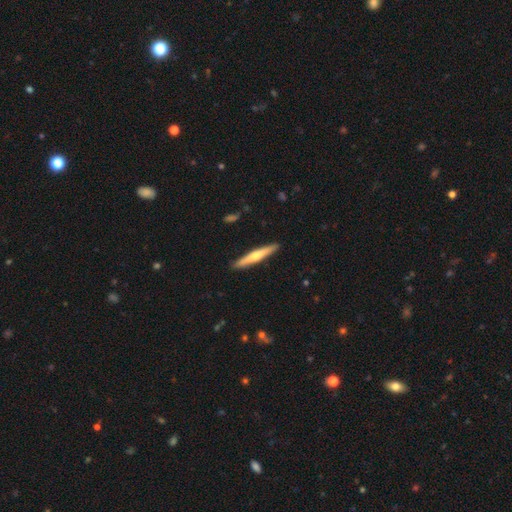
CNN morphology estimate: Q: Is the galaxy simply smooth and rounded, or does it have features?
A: featured or disk — 49%.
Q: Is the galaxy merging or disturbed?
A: none — 91%.